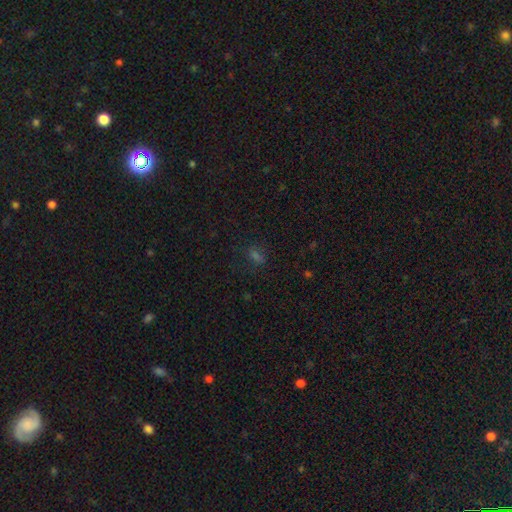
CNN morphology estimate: Smooth or featured?
  - smooth: 52% *
  - star or artifact: 38%
  - featured or disk: 10%
How rounded?
  - in between: 66% *
  - round: 22%
  - cigar-shaped: 12%
Merging?
  - none: 74% *
  - minor disturbance: 15%
  - major disturbance: 8%
  - merger: 3%